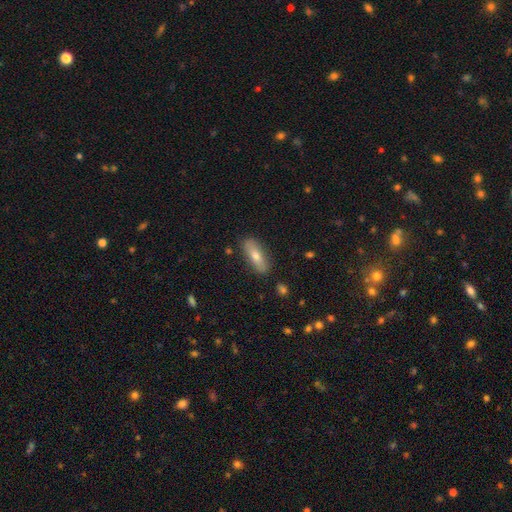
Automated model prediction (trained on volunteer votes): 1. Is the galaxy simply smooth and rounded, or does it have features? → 65% smooth, 28% featured or disk, 8% star or artifact.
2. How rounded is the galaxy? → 58% in between, 39% cigar-shaped, 3% round.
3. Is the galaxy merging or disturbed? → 85% none, 11% minor disturbance, 2% major disturbance, 1% merger.